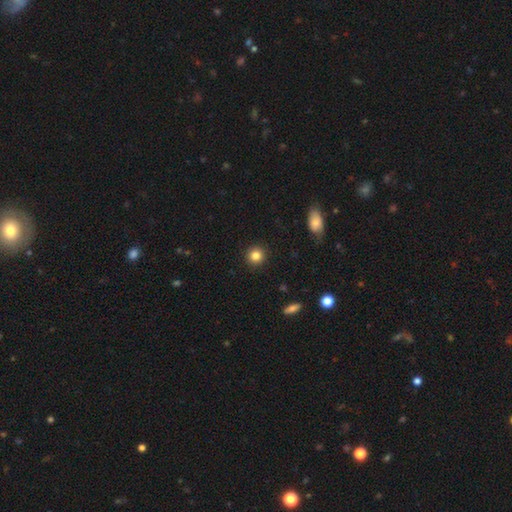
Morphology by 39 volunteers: Smooth or featured? smooth (92%)
How rounded? round (94%)
Merging? none (94%)